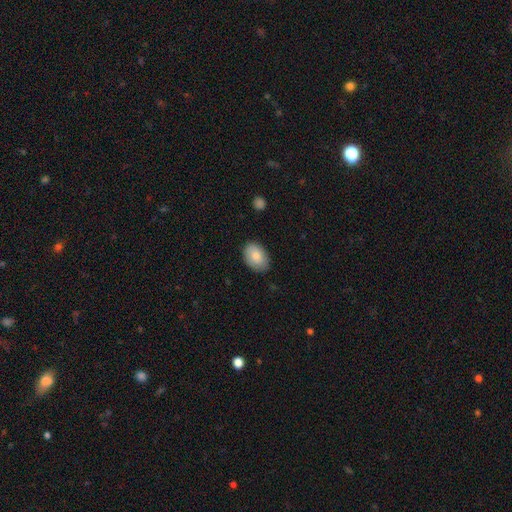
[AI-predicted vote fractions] Smooth or featured?
  - smooth: 83% *
  - featured or disk: 10%
  - star or artifact: 6%
How rounded?
  - in between: 85% *
  - round: 14%
  - cigar-shaped: 1%
Merging?
  - none: 83% *
  - minor disturbance: 13%
  - major disturbance: 2%
  - merger: 1%